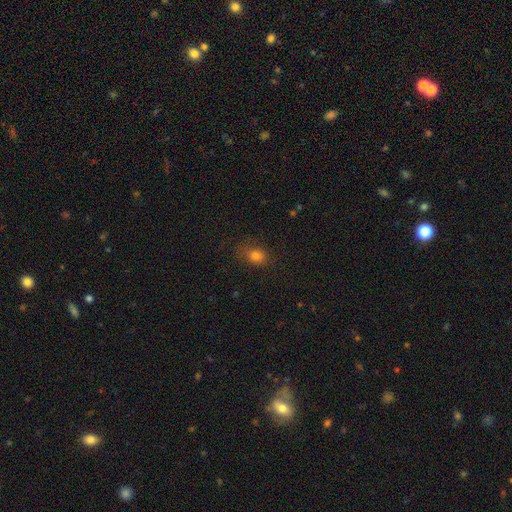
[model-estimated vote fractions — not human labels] Overall: smooth (79%). How rounded: in between (52%; round 46%). Merging: none (75%).